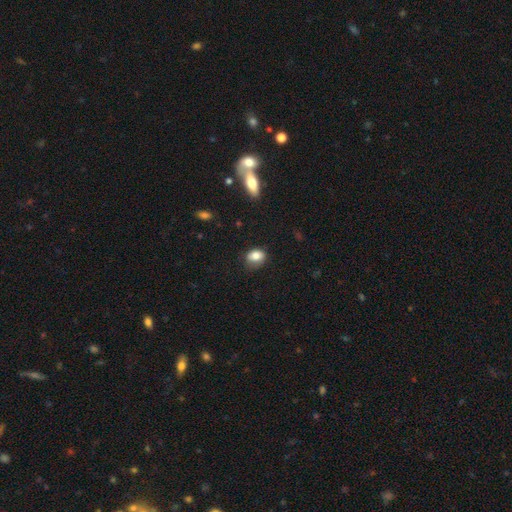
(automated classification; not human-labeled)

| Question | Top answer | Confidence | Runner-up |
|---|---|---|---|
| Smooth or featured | smooth | 81% | featured or disk (10%) |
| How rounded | in between | 61% | round (38%) |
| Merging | none | 63% | minor disturbance (27%) |